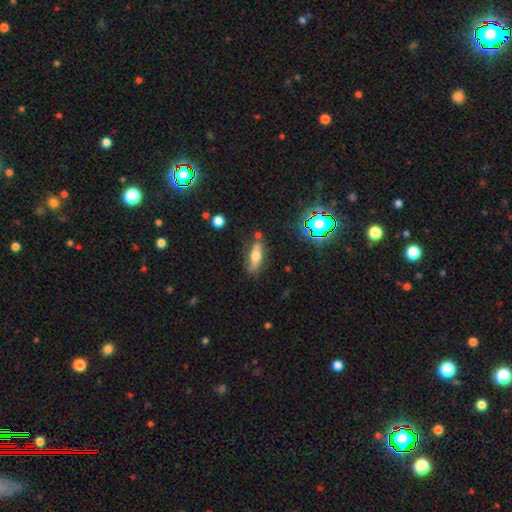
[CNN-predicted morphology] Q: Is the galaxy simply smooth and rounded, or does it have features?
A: smooth — 51%.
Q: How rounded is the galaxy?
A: in between — 57%.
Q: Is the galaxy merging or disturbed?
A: none — 68%.